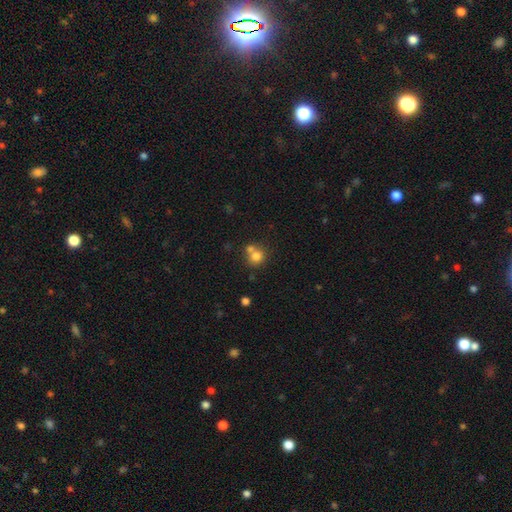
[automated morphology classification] smooth 78%, star or artifact 12%, featured or disk 11%. Down the decision tree: how rounded — round (87%); merging — none (52%).